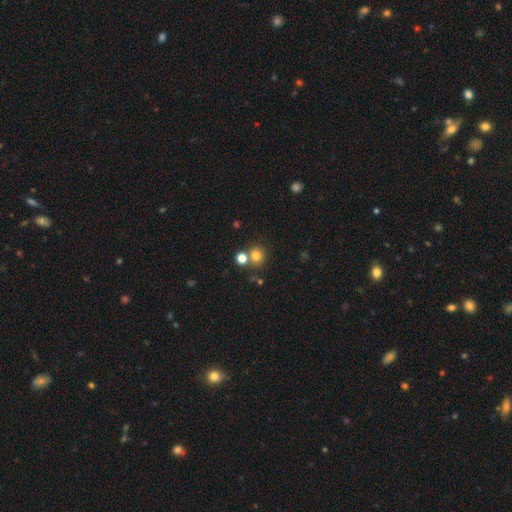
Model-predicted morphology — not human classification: Smooth or featured: smooth — 76% (star or artifact — 16%)
How rounded: round — 88% (in between — 11%)
Merging: none — 67% (merger — 23%)